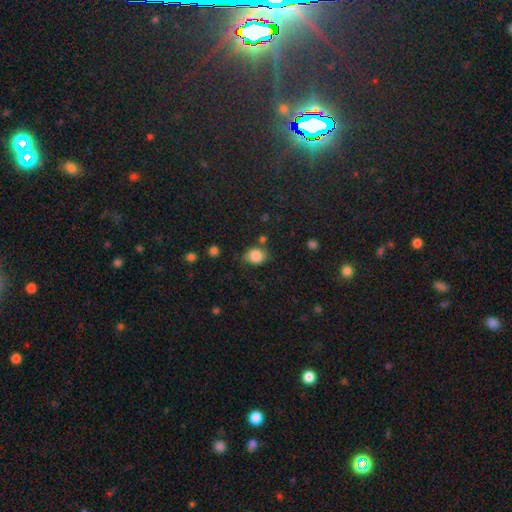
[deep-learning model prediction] This is clearly a smooth galaxy (84%). How rounded: possibly round (59%). Merging: likely none (63%).